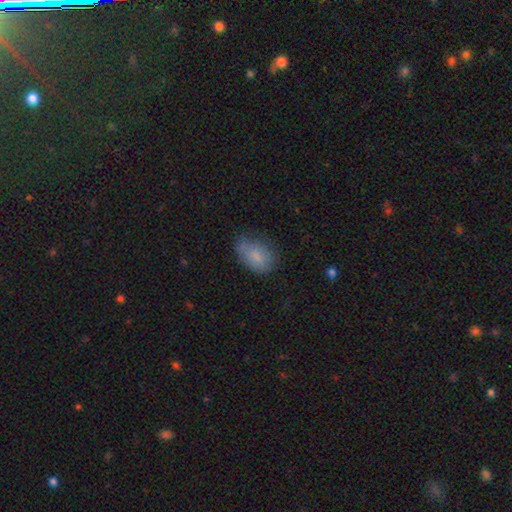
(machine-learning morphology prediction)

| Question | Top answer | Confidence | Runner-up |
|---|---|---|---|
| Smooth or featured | smooth | 79% | featured or disk (13%) |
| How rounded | in between | 86% | round (12%) |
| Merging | none | 55% | minor disturbance (33%) |